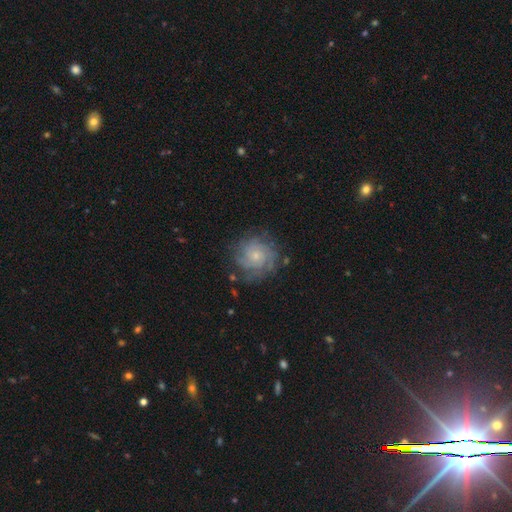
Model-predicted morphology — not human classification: This appears to be a featured or disk galaxy (76%) with no bar (79%), tight (70%) spiral arms (94%) and a small central bulge (72%). Merging: none (76%).